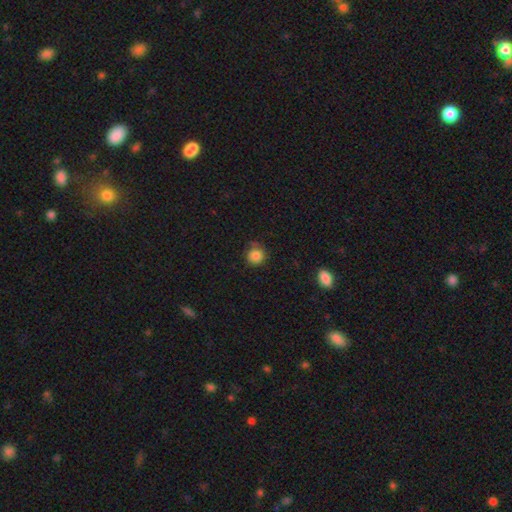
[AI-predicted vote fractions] A smooth galaxy with no disk features (84%) that is round (91%). Merging: none (73%).